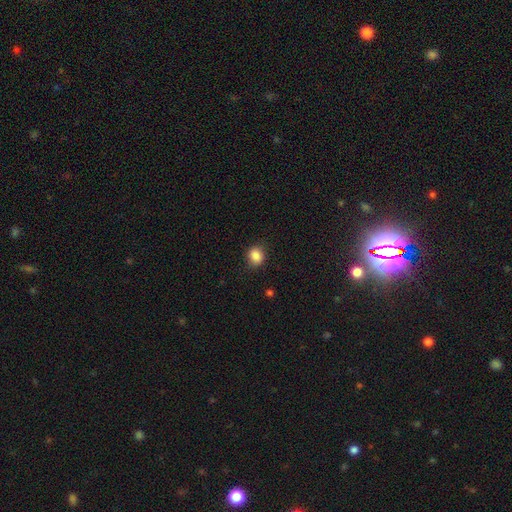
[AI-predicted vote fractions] smooth_or_featured: smooth (p=0.86) [alt: star or artifact p=0.10]
how_rounded: round (p=0.66) [alt: in between p=0.33]
merging: none (p=0.82) [alt: minor disturbance p=0.13]